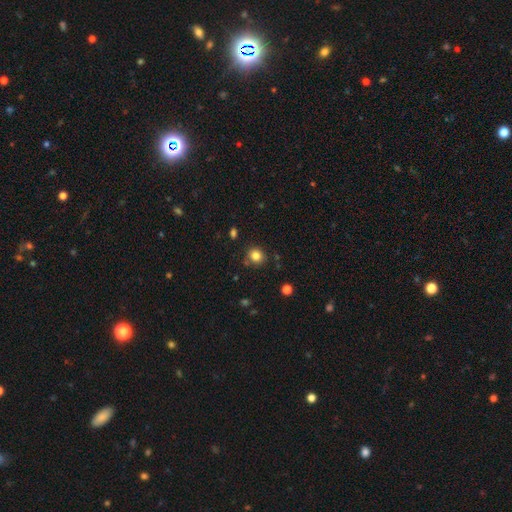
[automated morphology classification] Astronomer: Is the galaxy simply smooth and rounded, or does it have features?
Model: smooth — 82%.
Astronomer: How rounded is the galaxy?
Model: round — 82%.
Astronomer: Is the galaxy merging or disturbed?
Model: none — 84%.